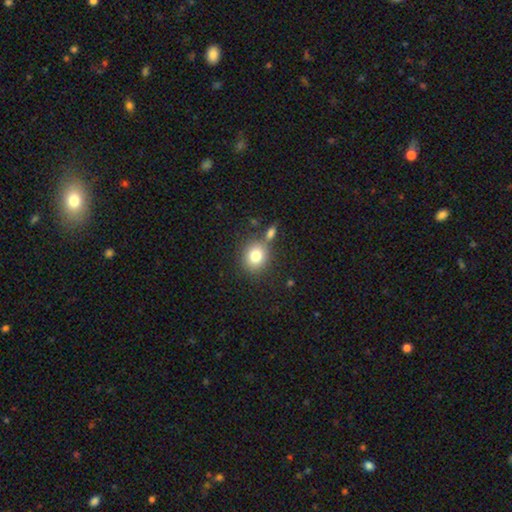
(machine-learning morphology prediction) Smooth or featured? smooth (80%)
How rounded? round (74%)
Merging? none (70%)